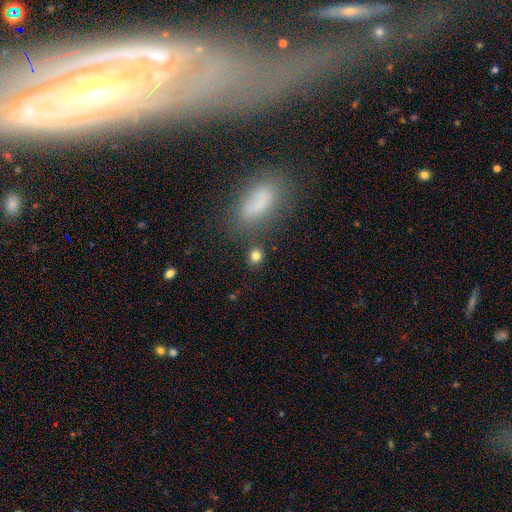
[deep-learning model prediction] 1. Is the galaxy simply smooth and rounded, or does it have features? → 82% smooth, 12% star or artifact, 7% featured or disk.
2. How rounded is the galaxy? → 65% round, 33% in between, 2% cigar-shaped.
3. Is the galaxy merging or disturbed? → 79% none, 10% minor disturbance, 7% merger, 4% major disturbance.